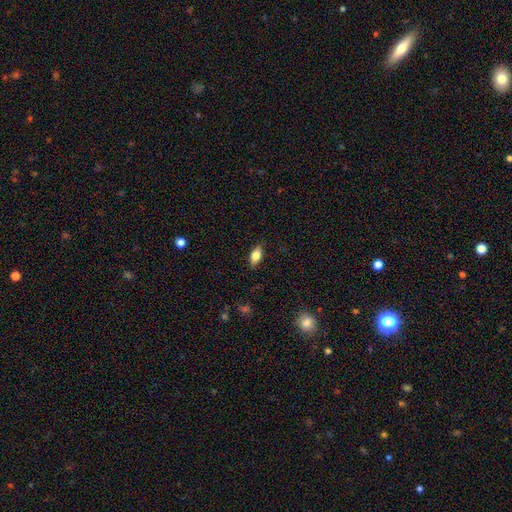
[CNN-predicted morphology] A smooth galaxy with no disk features (77%) that is in between round and cigar-shaped (86%).

Vote fractions:
- Smooth or featured? smooth: 77% / featured or disk: 16% / star or artifact: 8%
- How rounded? in between: 86% / cigar-shaped: 10% / round: 4%
- Merging? none: 86% / minor disturbance: 11% / major disturbance: 2% / merger: 1%